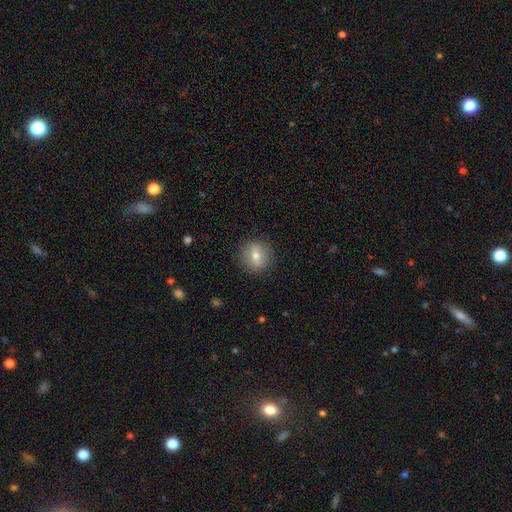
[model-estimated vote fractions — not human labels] Q: Smooth or featured?
A: smooth (74%); runner-up: featured or disk (16%)
Q: How rounded?
A: round (89%); runner-up: in between (10%)
Q: Merging?
A: none (88%); runner-up: minor disturbance (8%)